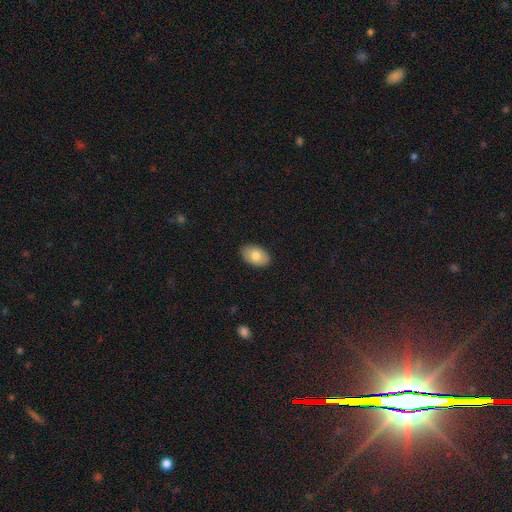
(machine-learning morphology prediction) Smooth or featured: smooth — 77% (featured or disk — 17%)
How rounded: in between — 91% (round — 8%)
Merging: none — 89% (minor disturbance — 9%)